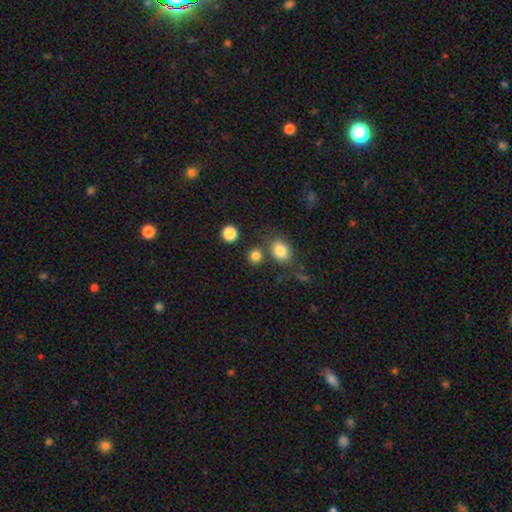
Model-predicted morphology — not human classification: A smooth galaxy with no disk features (82%) that is round (81%).

Vote fractions:
- Smooth or featured? smooth: 82% / star or artifact: 13% / featured or disk: 6%
- How rounded? round: 81% / in between: 18% / cigar-shaped: 1%
- Merging? none: 72% / merger: 15% / minor disturbance: 9% / major disturbance: 4%